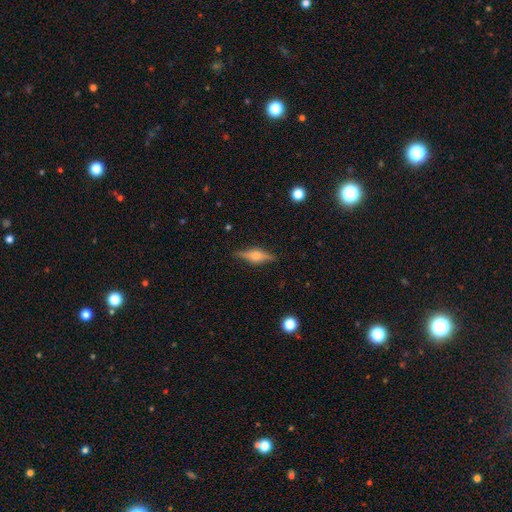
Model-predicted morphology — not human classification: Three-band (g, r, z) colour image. It shows a featured or disk galaxy (62%) viewed edge-on (96%) with a rounded central bulge (86%). Merging: none (86%).